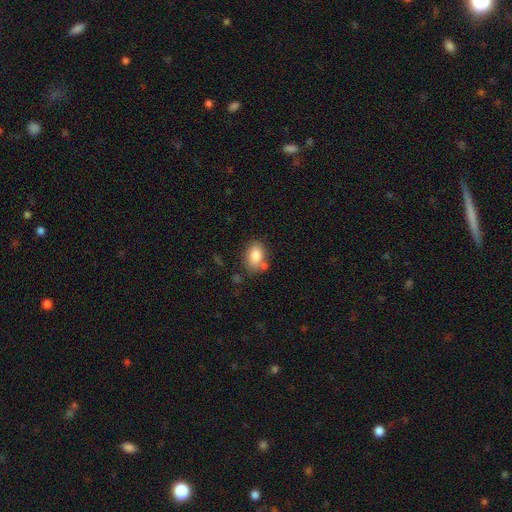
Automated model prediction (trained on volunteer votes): Smooth or featured: smooth — 85% (star or artifact — 8%)
How rounded: in between — 79% (round — 20%)
Merging: none — 67% (minor disturbance — 17%)